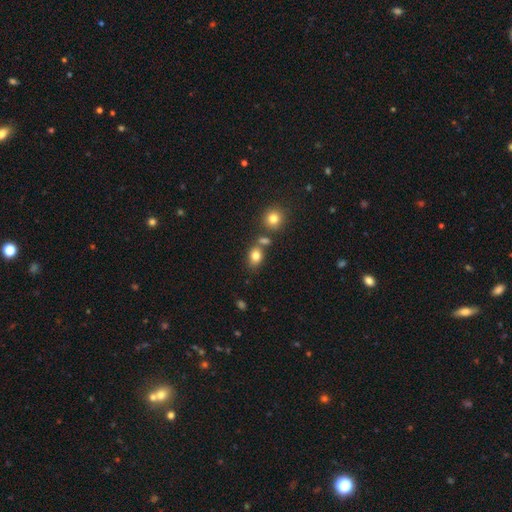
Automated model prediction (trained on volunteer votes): Smooth or featured: smooth — 81% (star or artifact — 11%)
How rounded: in between — 64% (round — 35%)
Merging: none — 62% (merger — 20%)